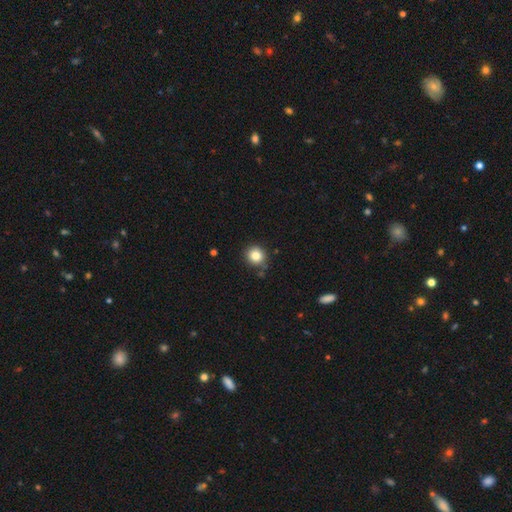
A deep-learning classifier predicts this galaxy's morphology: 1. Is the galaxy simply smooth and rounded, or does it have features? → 83% smooth, 11% star or artifact, 6% featured or disk.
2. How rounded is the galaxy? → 89% round, 11% in between, 1% cigar-shaped.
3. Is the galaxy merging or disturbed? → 82% none, 12% minor disturbance, 4% merger, 3% major disturbance.